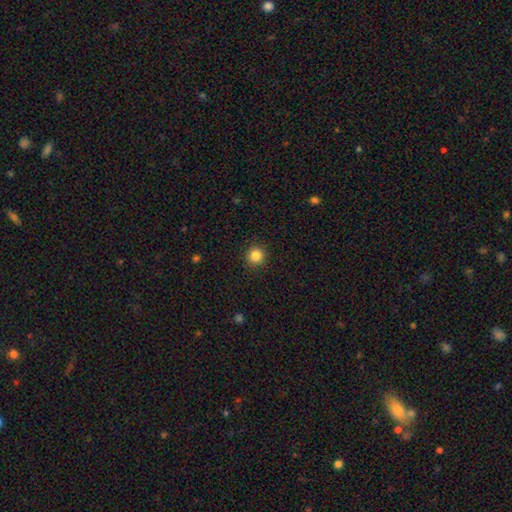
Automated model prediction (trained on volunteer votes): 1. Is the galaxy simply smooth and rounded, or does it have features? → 85% smooth, 11% star or artifact, 4% featured or disk.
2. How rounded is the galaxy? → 94% round, 5% in between, 1% cigar-shaped.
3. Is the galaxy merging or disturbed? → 92% none, 5% minor disturbance, 2% major disturbance, 1% merger.